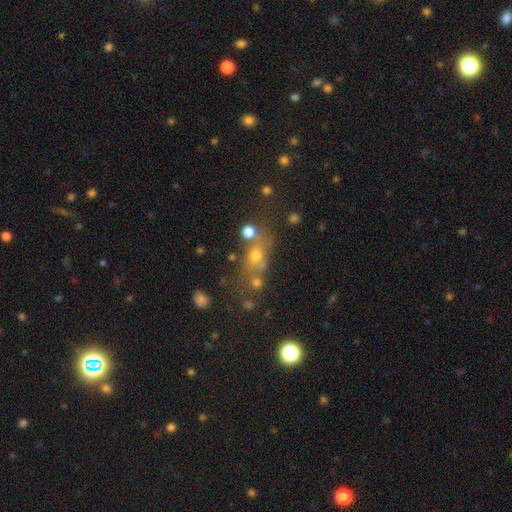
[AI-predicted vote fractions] Smooth or featured? smooth (56%)
How rounded? round (48%)
Merging? none (52%)